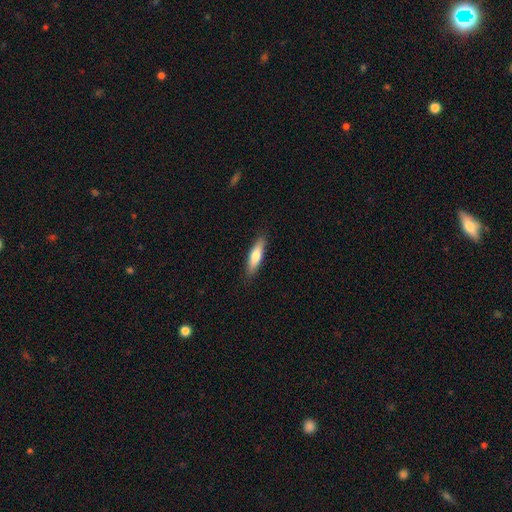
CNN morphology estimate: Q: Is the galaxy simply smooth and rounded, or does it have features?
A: smooth — 69%.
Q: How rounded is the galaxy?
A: cigar-shaped — 65%.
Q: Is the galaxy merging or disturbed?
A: none — 87%.